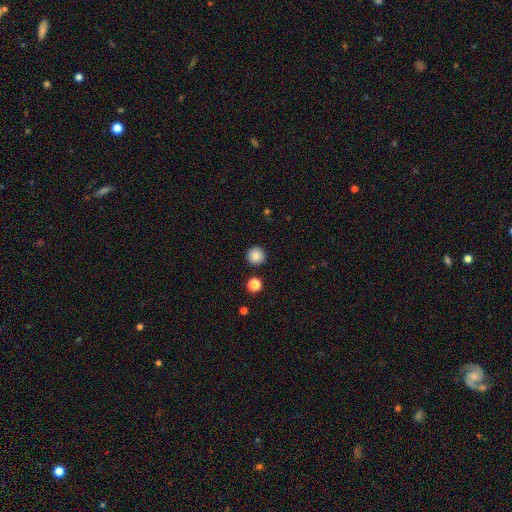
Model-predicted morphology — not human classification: smooth 86%, star or artifact 10%, featured or disk 4%. Down the decision tree: how rounded — round (96%); merging — none (91%).